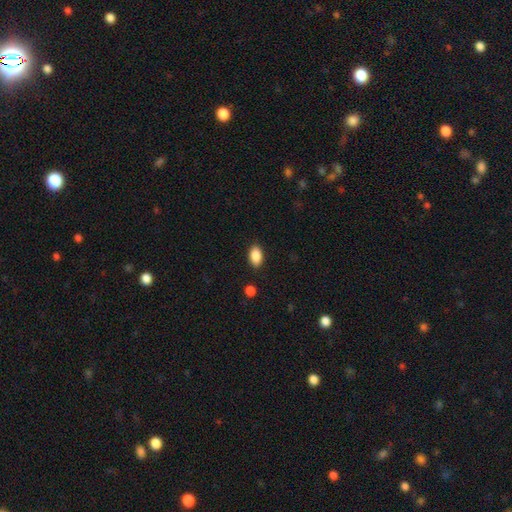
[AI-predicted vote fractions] This is clearly a smooth galaxy (88%). How rounded: clearly in between (91%). Merging: clearly none (87%).